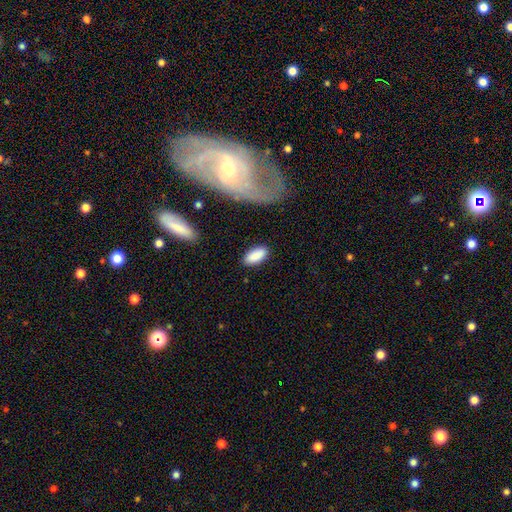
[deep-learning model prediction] smooth_or_featured: smooth (p=0.88) [alt: star or artifact p=0.06]
how_rounded: in between (p=0.89) [alt: cigar-shaped p=0.09]
merging: none (p=0.84) [alt: minor disturbance p=0.11]